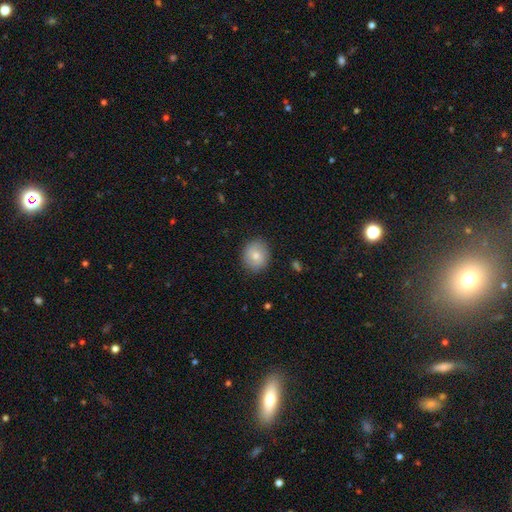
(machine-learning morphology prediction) Smooth or featured?
  - smooth: 76% *
  - featured or disk: 16%
  - star or artifact: 8%
How rounded?
  - round: 78% *
  - in between: 21%
  - cigar-shaped: 1%
Merging?
  - none: 87% *
  - minor disturbance: 10%
  - major disturbance: 2%
  - merger: 1%